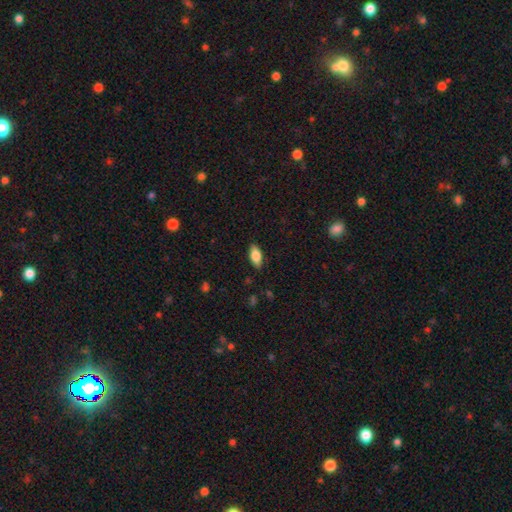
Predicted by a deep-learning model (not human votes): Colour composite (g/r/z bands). It shows a smooth galaxy with no disk features (82%) that is in between round and cigar-shaped (88%). Merging: none (85%).